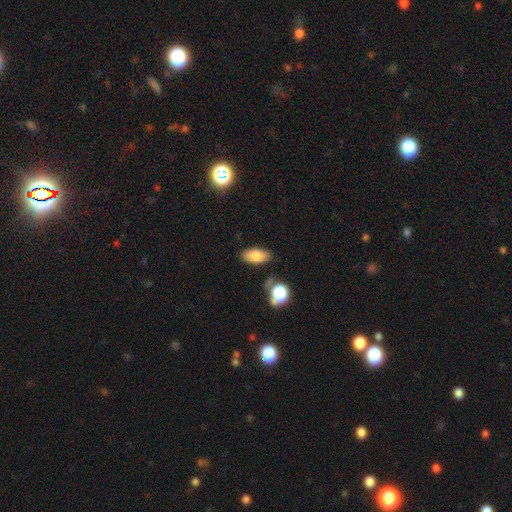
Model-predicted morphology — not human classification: This appears to be a smooth galaxy with no disk features (79%) that is in between round and cigar-shaped (91%). Merging: none (77%).